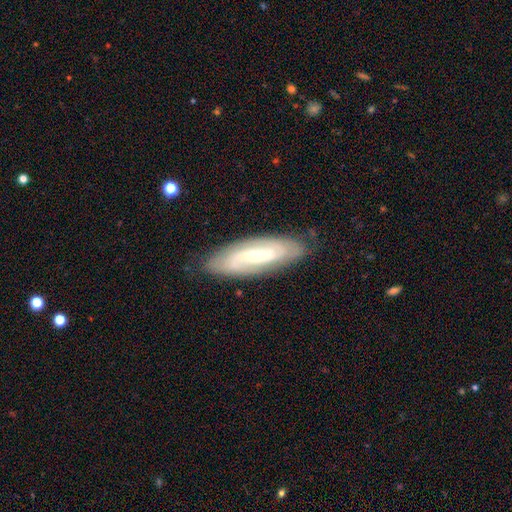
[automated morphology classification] smooth-or-featured: featured or disk: 78% | smooth: 17% | star or artifact: 6%
  disk-edge-on: no: 87% | yes: 13%
    bar: weak: 44% | strong: 35% | no: 21%
    has-spiral-arms: yes: 91% | no: 9%
      spiral-winding: medium: 39% | loose: 37% | tight: 24%
      spiral-arm-count: 2: 80% | can't tell: 12% | 3: 3% | 1: 2% | 4: 1% | more than 4: 1%
    bulge-size: small: 59% | moderate: 35% | large: 3% | none: 3% | dominant: 1%
  merging: none: 82% | minor disturbance: 13% | major disturbance: 3% | merger: 1%